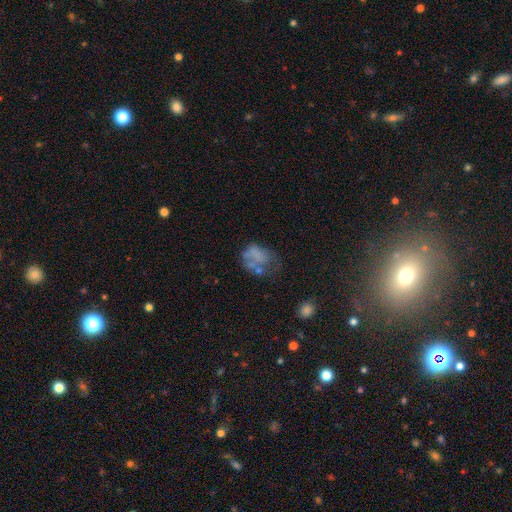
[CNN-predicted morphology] type=smooth (51%); roundness=in between (62%); merging=major disturbance (34%).